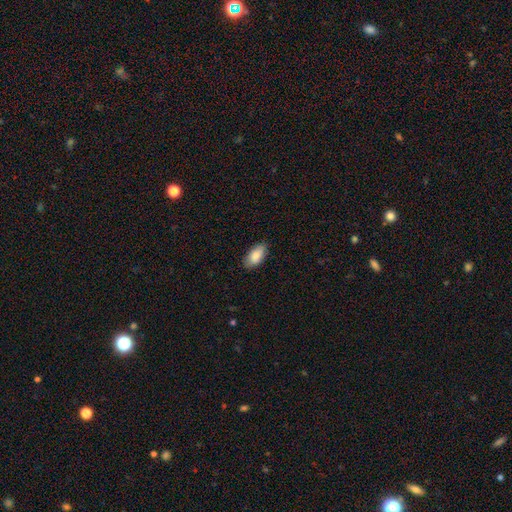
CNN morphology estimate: smooth_or_featured: smooth (p=0.86) [alt: featured or disk p=0.08]
how_rounded: in between (p=0.93) [alt: cigar-shaped p=0.05]
merging: none (p=0.83) [alt: minor disturbance p=0.14]